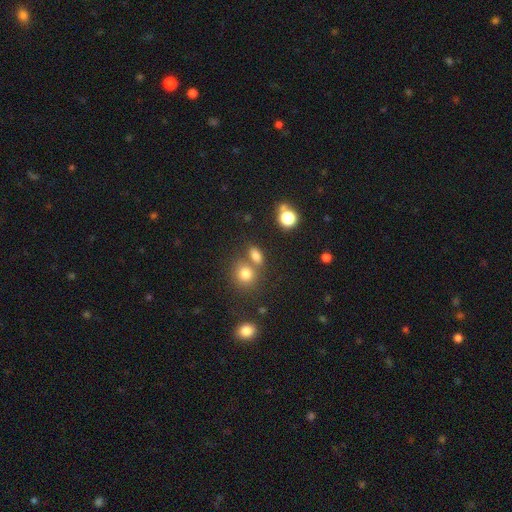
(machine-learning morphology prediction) Smooth or featured? smooth (75%)
How rounded? in between (67%)
Merging? none (55%)